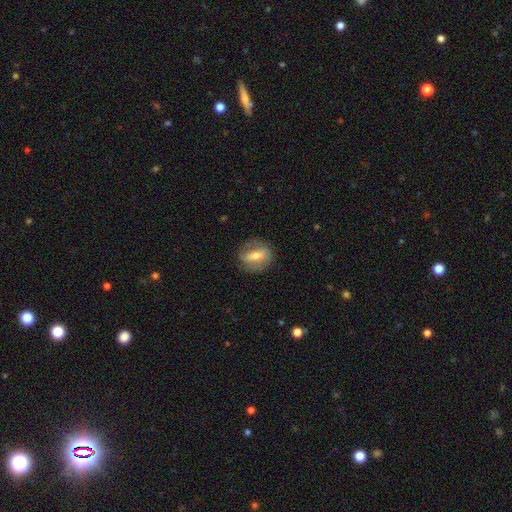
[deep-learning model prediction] Smooth or featured? featured or disk (53%)
Edge-on disk? no (86%)
Merging? none (77%)